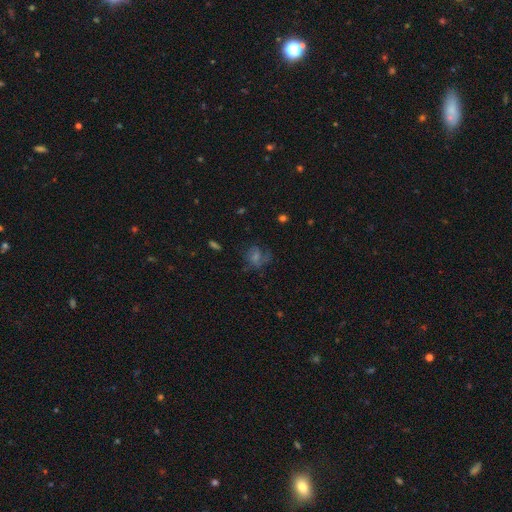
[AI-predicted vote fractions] Morphology: type=featured or disk (44%); merging=none (61%).